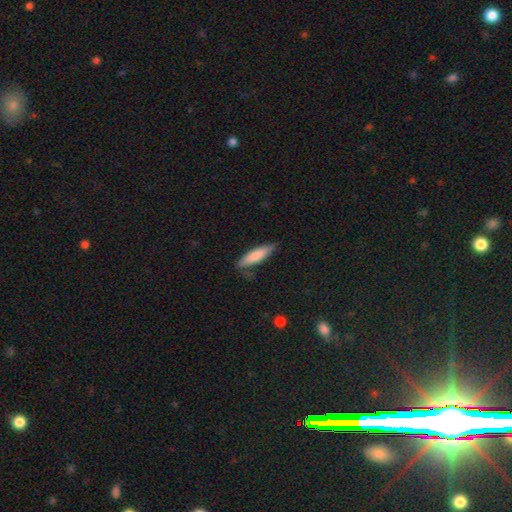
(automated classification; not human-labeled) smooth_or_featured: smooth (p=0.78) [alt: featured or disk p=0.16]
how_rounded: cigar-shaped (p=0.68) [alt: in between p=0.31]
merging: none (p=0.74) [alt: minor disturbance p=0.20]